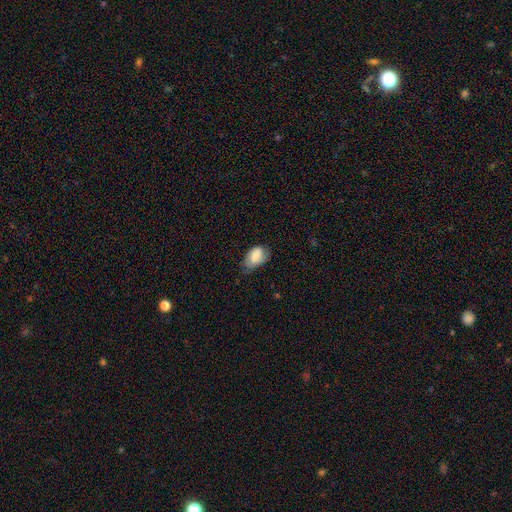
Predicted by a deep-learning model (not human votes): Q: Smooth or featured?
A: smooth (78%); runner-up: featured or disk (15%)
Q: How rounded?
A: in between (91%); runner-up: round (8%)
Q: Merging?
A: none (45%); runner-up: minor disturbance (40%)